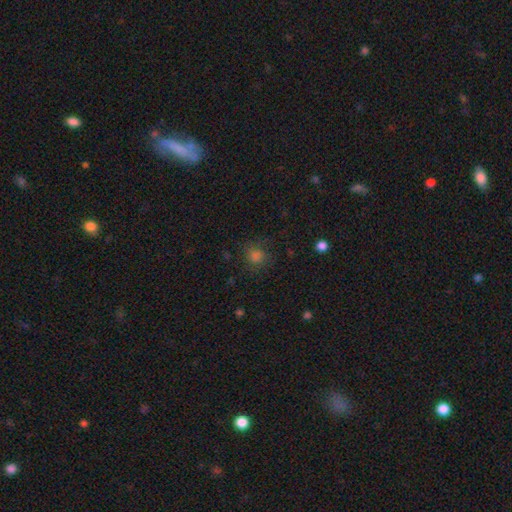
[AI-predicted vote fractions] A smooth galaxy with no disk features (73%) that is round (85%). Merging: none (78%).